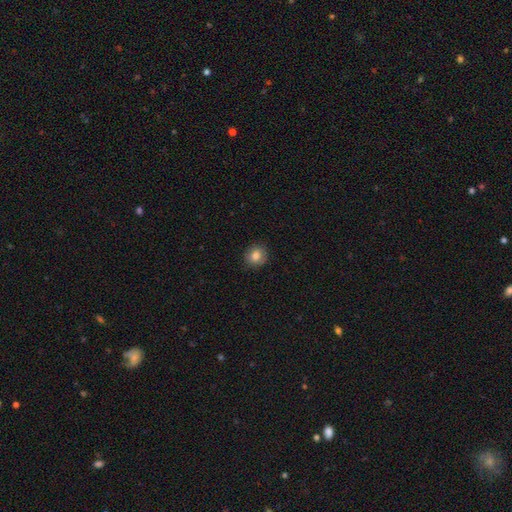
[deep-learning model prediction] smooth 83%, star or artifact 9%, featured or disk 8%. Down the decision tree: how rounded — round (85%); merging — none (87%).